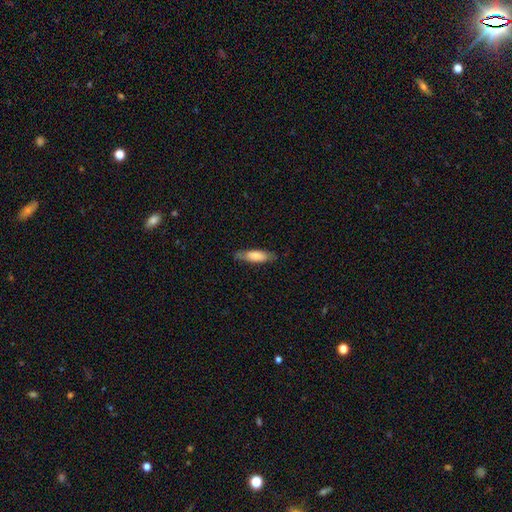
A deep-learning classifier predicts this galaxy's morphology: Smooth or featured? smooth (74%)
How rounded? in between (53%)
Merging? none (75%)